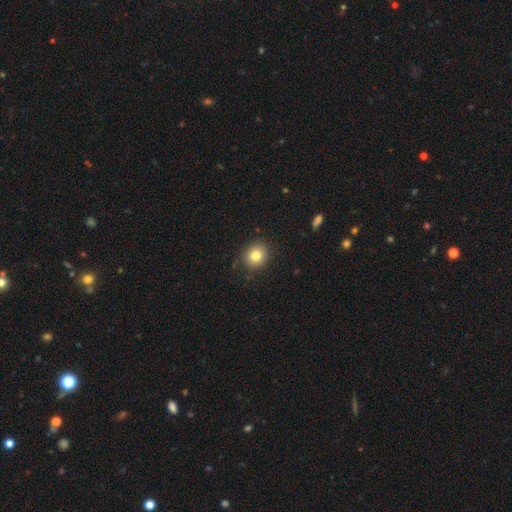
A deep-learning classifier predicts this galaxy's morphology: Smooth or featured? smooth (80%)
How rounded? round (80%)
Merging? none (86%)